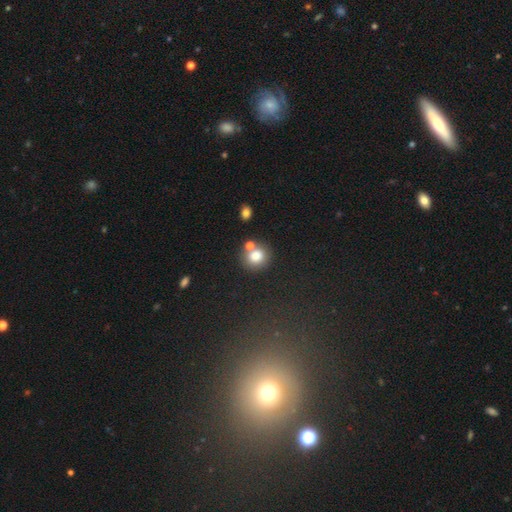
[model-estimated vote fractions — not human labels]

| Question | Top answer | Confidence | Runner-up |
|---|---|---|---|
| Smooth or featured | smooth | 79% | star or artifact (11%) |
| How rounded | round | 83% | in between (16%) |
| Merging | none | 63% | merger (24%) |